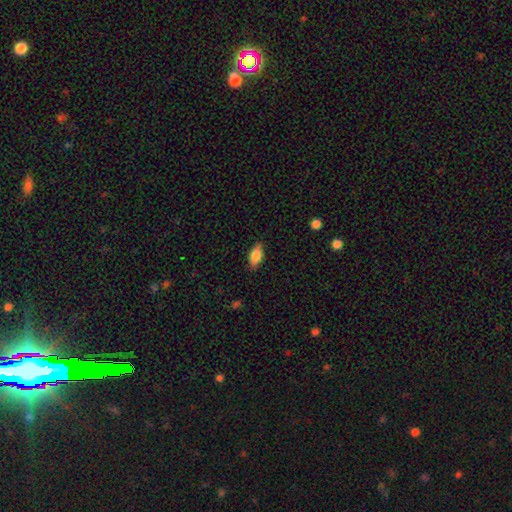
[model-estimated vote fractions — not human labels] The model was most divided on "merging": none: 85%, minor disturbance: 12%, major disturbance: 3%, merger: 1%. More confident: how rounded — in between (88%); smooth or featured — smooth (83%).